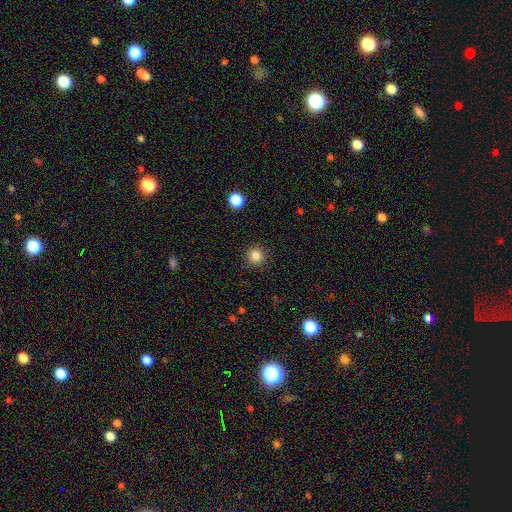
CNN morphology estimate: A smooth galaxy with no disk features (85%) that is round (93%).

Vote fractions:
- Smooth or featured? smooth: 85% / star or artifact: 12% / featured or disk: 4%
- How rounded? round: 93% / in between: 6% / cigar-shaped: 1%
- Merging? none: 91% / minor disturbance: 6% / major disturbance: 2% / merger: 1%